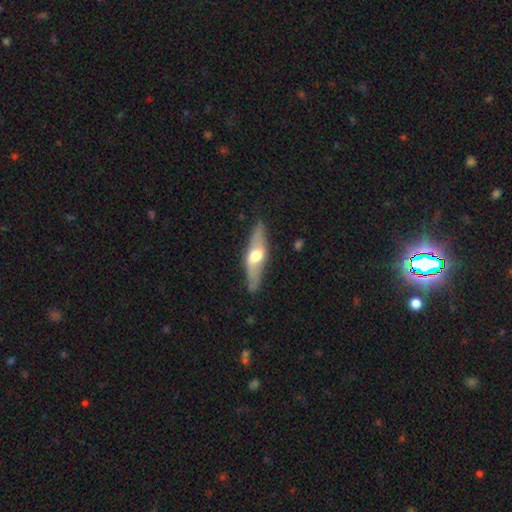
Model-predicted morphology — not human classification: smooth_or_featured: featured or disk (p=0.56) [alt: smooth p=0.38]
disk_edge_on: yes (p=0.70) [alt: no p=0.30]
merging: none (p=0.79) [alt: minor disturbance p=0.15]